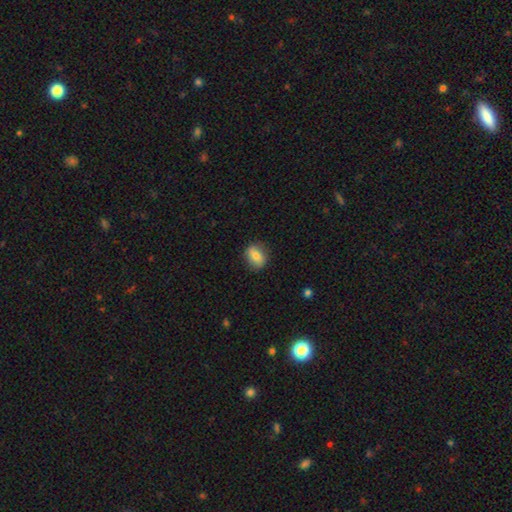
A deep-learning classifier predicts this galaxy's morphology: Overall: smooth (75%). How rounded: in between (63%; round 34%). Merging: none (82%).